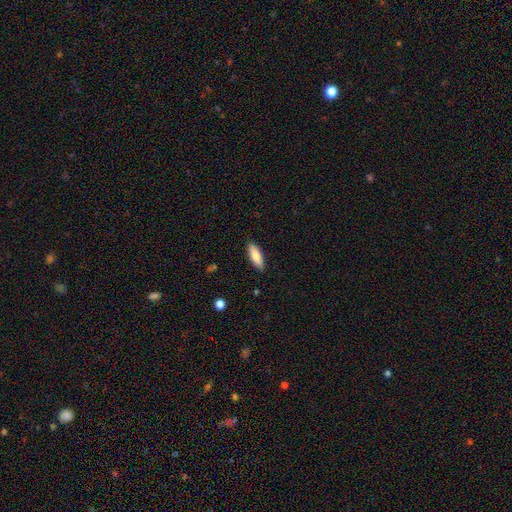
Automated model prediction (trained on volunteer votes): This appears to be a smooth galaxy with no disk features (83%) that is in between round and cigar-shaped (60%). Merging: none (88%).